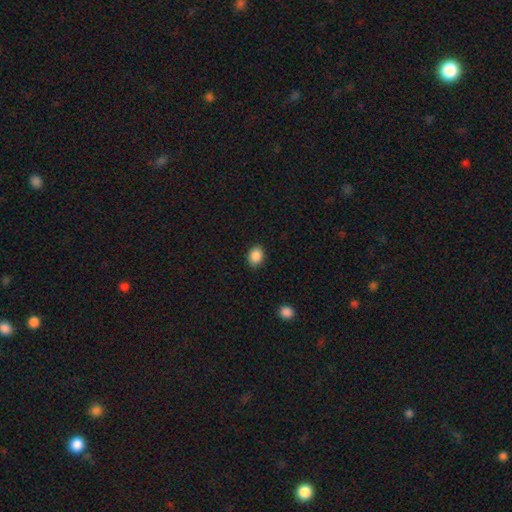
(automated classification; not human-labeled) smooth 88%, star or artifact 9%, featured or disk 3%. Down the decision tree: how rounded — in between (50%); merging — none (88%).